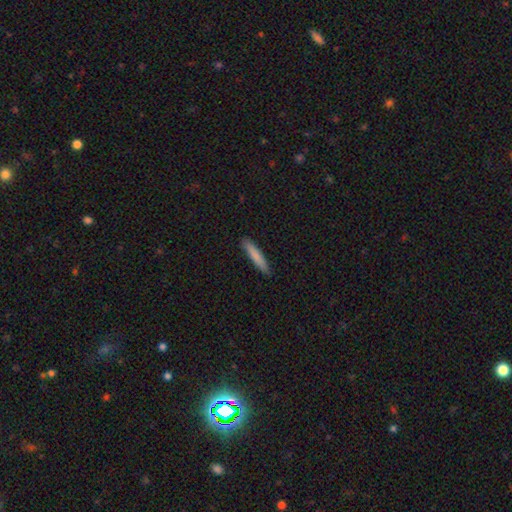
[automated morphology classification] The model was most divided on "smooth or featured": smooth: 82%, featured or disk: 12%, star or artifact: 6%. More confident: how rounded — cigar-shaped (91%); merging — none (90%).